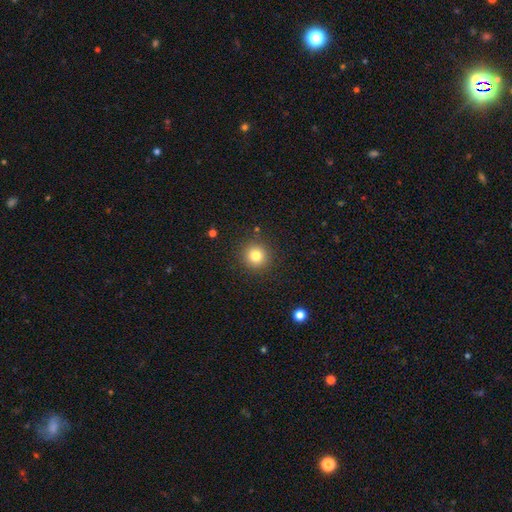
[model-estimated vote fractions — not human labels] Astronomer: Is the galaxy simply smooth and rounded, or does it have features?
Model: smooth — 81%.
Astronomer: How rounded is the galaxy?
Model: round — 94%.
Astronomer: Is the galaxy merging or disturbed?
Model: none — 89%.